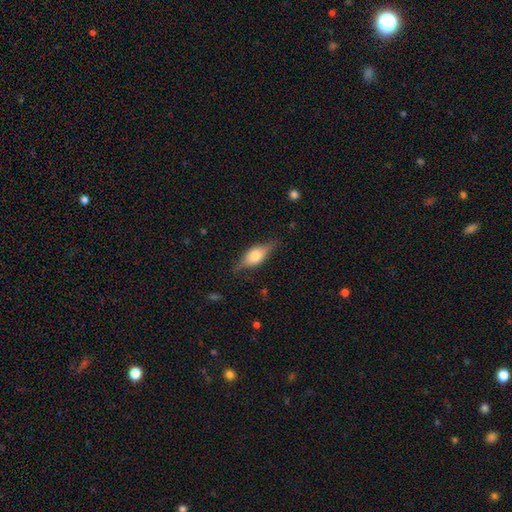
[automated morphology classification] A featured or disk galaxy (47%).

Vote fractions:
- Smooth or featured? featured or disk: 47% / smooth: 45% / star or artifact: 7%
- Merging? none: 76% / minor disturbance: 17% / major disturbance: 5% / merger: 1%